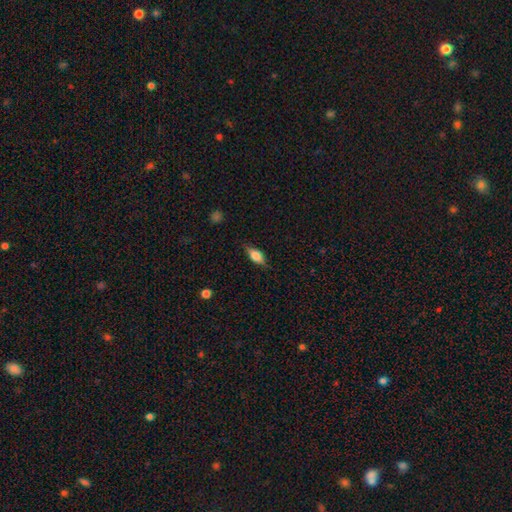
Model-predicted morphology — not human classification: A smooth galaxy with no disk features (68%) that is in between round and cigar-shaped (80%). Merging: none (79%).